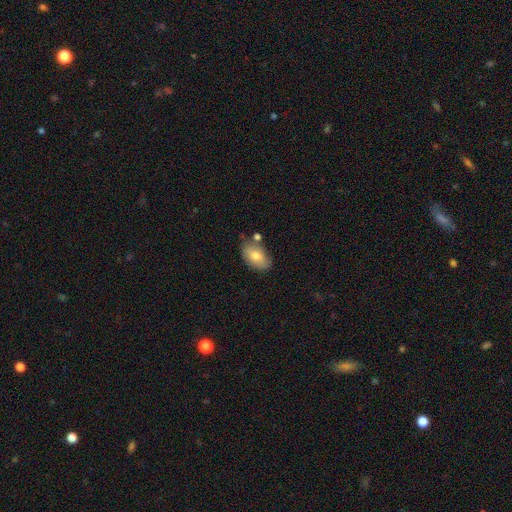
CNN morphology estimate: A smooth galaxy with no disk features (74%) that is in between round and cigar-shaped (91%).

Vote fractions:
- Smooth or featured? smooth: 74% / featured or disk: 19% / star or artifact: 7%
- How rounded? in between: 91% / round: 8% / cigar-shaped: 2%
- Merging? none: 68% / minor disturbance: 19% / merger: 9% / major disturbance: 4%